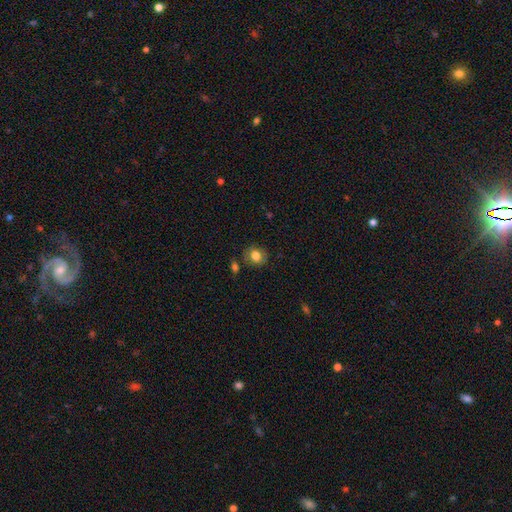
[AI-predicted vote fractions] Smooth or featured? smooth (80%)
How rounded? round (74%)
Merging? none (79%)